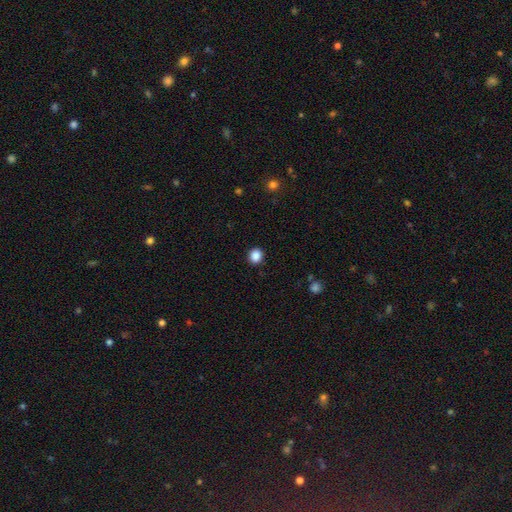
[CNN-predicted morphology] A smooth galaxy with no disk features (88%) that is round (78%). Merging: none (90%).